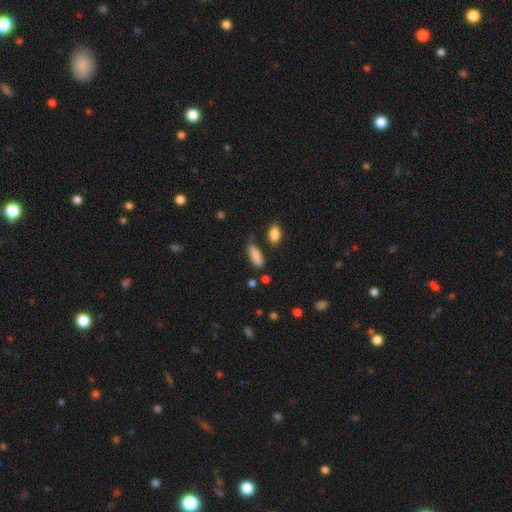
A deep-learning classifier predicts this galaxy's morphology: This appears to be a smooth galaxy with no disk features (87%) that is in between round and cigar-shaped (70%). Merging: none (71%).